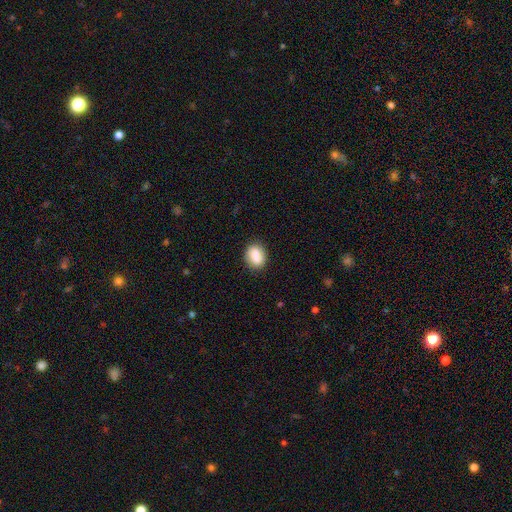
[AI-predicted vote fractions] A smooth galaxy with no disk features (87%) that is in between round and cigar-shaped (70%). Merging: none (85%).